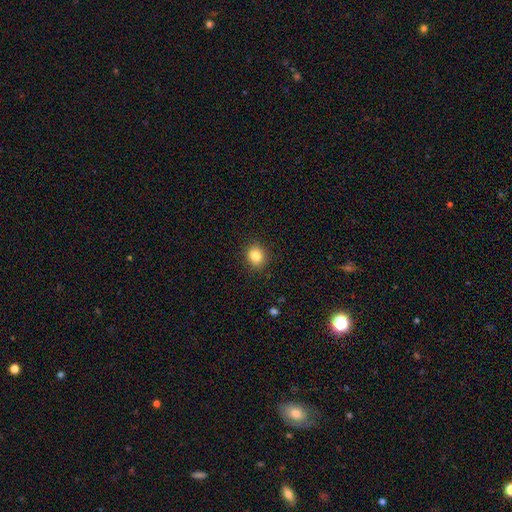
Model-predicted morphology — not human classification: A smooth galaxy with no disk features (83%) that is round (59%). Merging: none (89%).